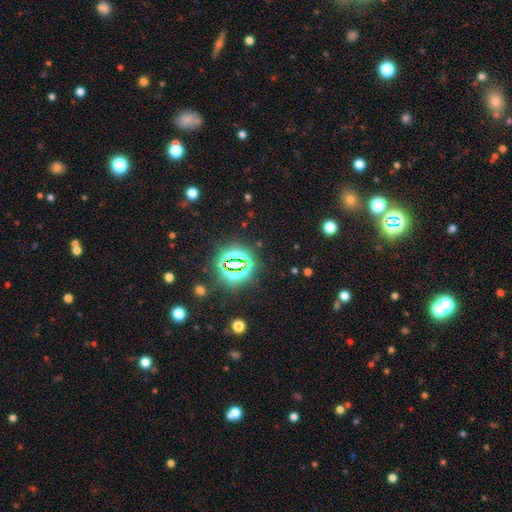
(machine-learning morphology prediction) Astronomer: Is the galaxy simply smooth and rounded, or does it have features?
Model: star or artifact — 78%.